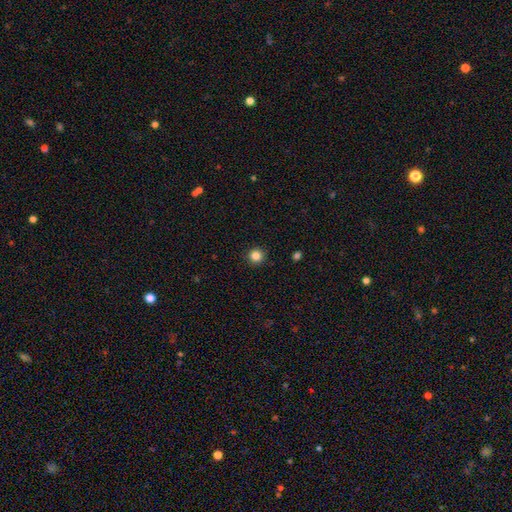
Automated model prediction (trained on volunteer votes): smooth_or_featured: smooth (p=0.84) [alt: star or artifact p=0.12]
how_rounded: round (p=0.94) [alt: in between p=0.05]
merging: none (p=0.92) [alt: minor disturbance p=0.06]